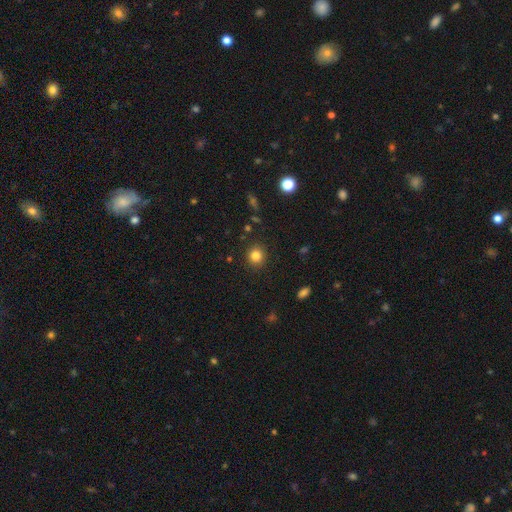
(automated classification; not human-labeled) Smooth or featured? Predicted: smooth (p=0.82). How rounded? Predicted: round (p=0.88). Merging? Predicted: none (p=0.90).